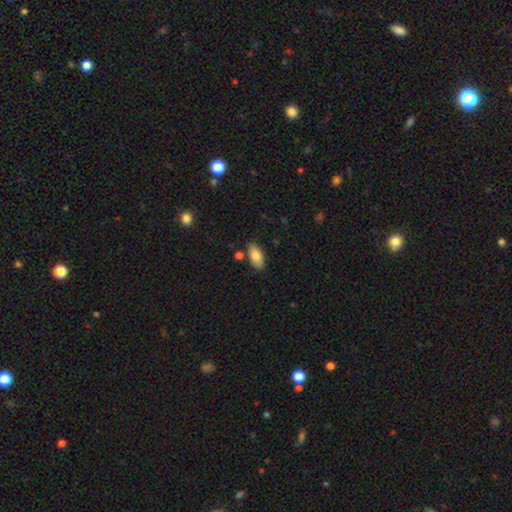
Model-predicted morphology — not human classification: Smooth or featured: smooth — 85% (featured or disk — 8%)
How rounded: in between — 91% (cigar-shaped — 7%)
Merging: none — 82% (minor disturbance — 11%)